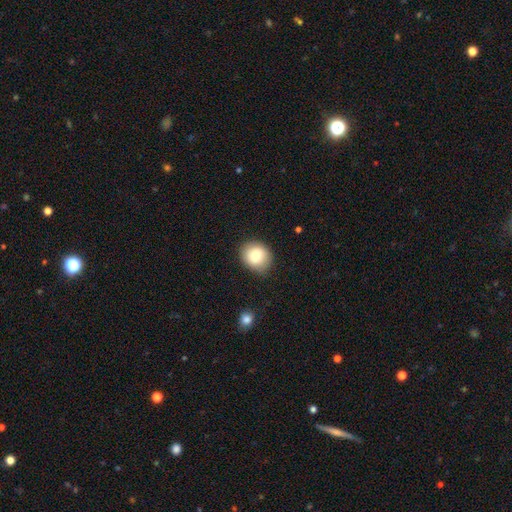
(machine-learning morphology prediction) Smooth or featured? Predicted: smooth (p=0.83). How rounded? Predicted: round (p=0.70). Merging? Predicted: none (p=0.84).